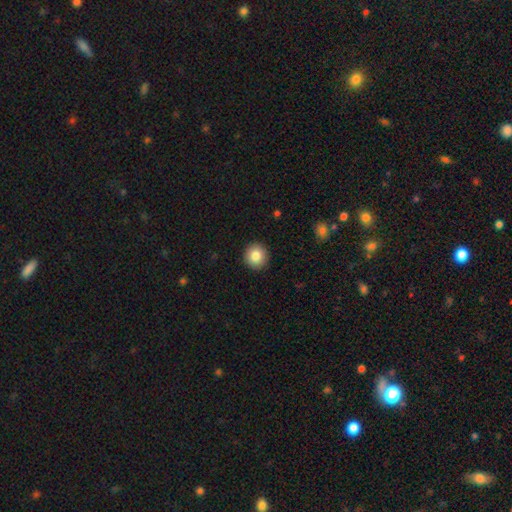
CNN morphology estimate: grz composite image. It shows a smooth galaxy with no disk features (85%) that is round (92%). Merging: none (92%).